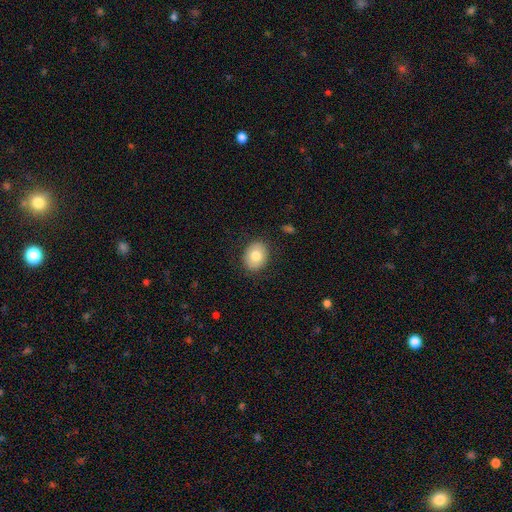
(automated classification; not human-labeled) This is likely a smooth galaxy (77%). How rounded: possibly in between (50%). Merging: clearly none (87%).